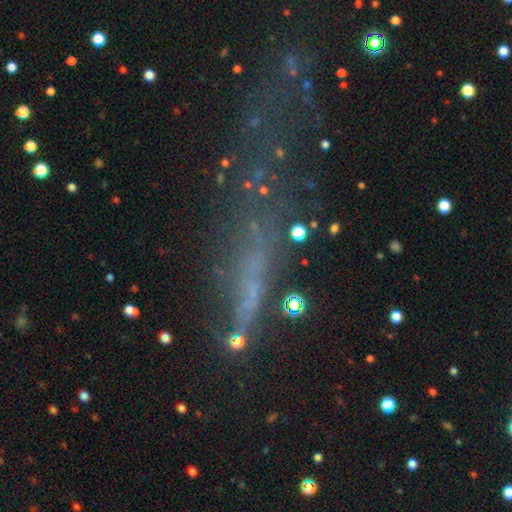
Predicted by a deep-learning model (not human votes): The model was most divided on "smooth or featured": featured or disk: 35%, star or artifact: 34%, smooth: 32%. More confident: merging — none (51%).